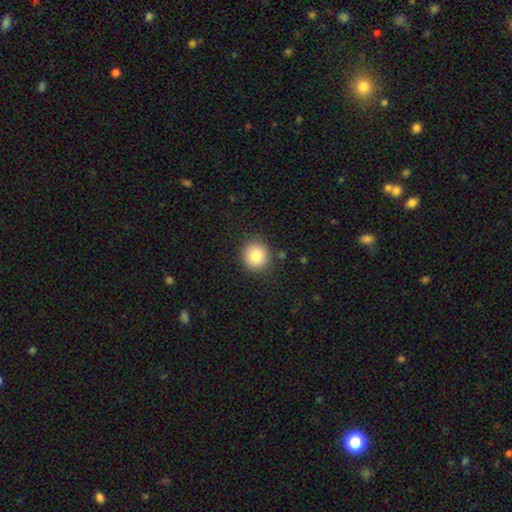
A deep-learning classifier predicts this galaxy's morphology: smooth_or_featured: smooth (p=0.84) [alt: star or artifact p=0.09]
how_rounded: round (p=0.88) [alt: in between p=0.11]
merging: none (p=0.87) [alt: minor disturbance p=0.09]